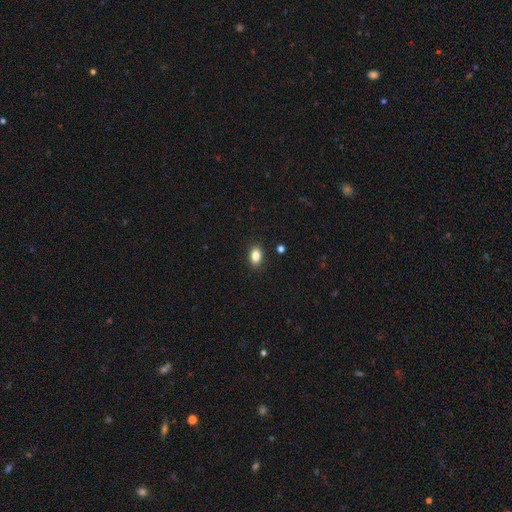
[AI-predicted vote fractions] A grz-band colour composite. It shows a smooth galaxy with no disk features (84%) that is in between round and cigar-shaped (83%). Merging: none (89%).